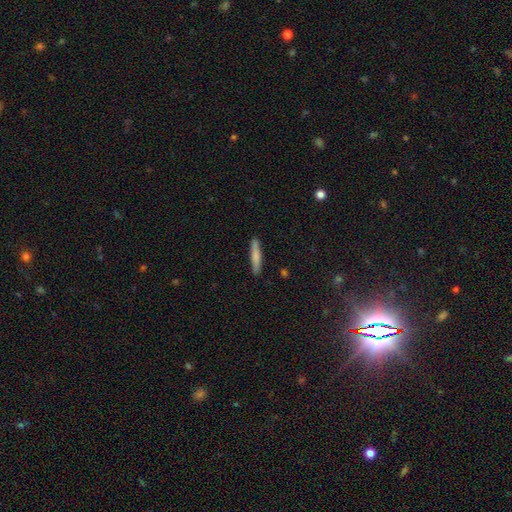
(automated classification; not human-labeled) Morphology: type=smooth (75%); roundness=cigar-shaped (91%); merging=none (88%).